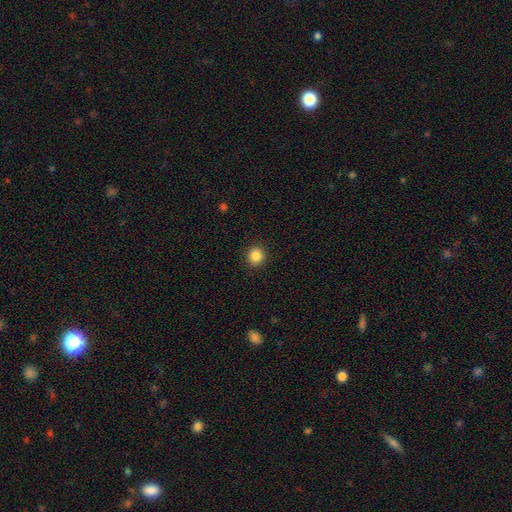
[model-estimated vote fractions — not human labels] A smooth galaxy with no disk features (86%) that is round (90%).

Vote fractions:
- Smooth or featured? smooth: 86% / star or artifact: 10% / featured or disk: 4%
- How rounded? round: 90% / in between: 9% / cigar-shaped: 1%
- Merging? none: 92% / minor disturbance: 5% / major disturbance: 2% / merger: 1%